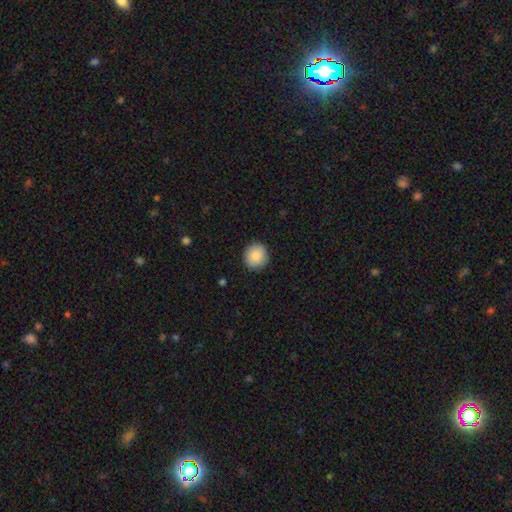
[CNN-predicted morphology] smooth_or_featured: smooth (p=0.87) [alt: star or artifact p=0.07]
how_rounded: round (p=0.90) [alt: in between p=0.09]
merging: none (p=0.90) [alt: minor disturbance p=0.07]